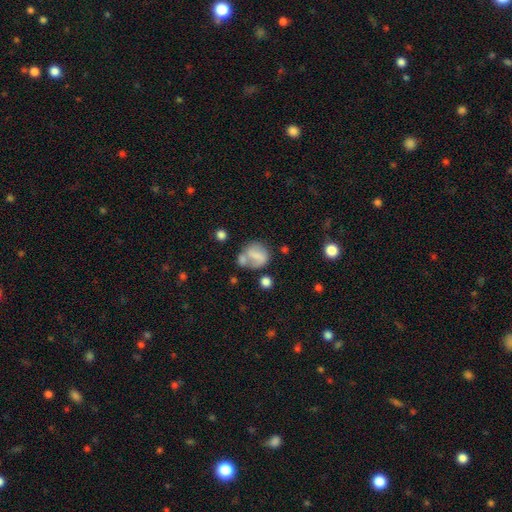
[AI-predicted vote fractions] This is likely a smooth galaxy (63%). How rounded: likely round (65%). Merging: marginally none (39%).